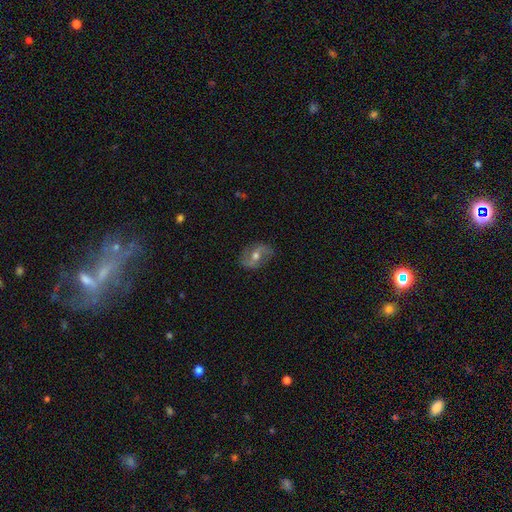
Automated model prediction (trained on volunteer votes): Smooth or featured: featured or disk — 69% (smooth — 22%)
Edge-on disk: no — 95% (yes — 5%)
Bar: weak — 43% (no — 33%)
Spiral arms: yes — 81% (no — 19%)
Spiral winding: loose — 44% (medium — 38%)
Spiral arm count: 2 — 87% (can't tell — 7%)
Bulge size: moderate — 72% (small — 21%)
Merging: none — 79% (minor disturbance — 15%)